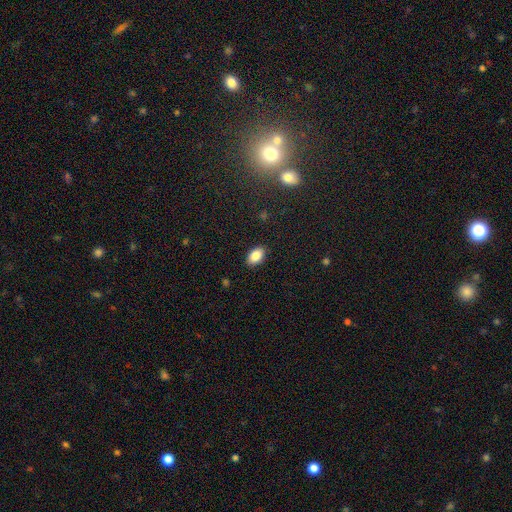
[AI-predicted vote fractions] smooth 85%, star or artifact 8%, featured or disk 7%. Down the decision tree: how rounded — in between (91%); merging — none (88%).